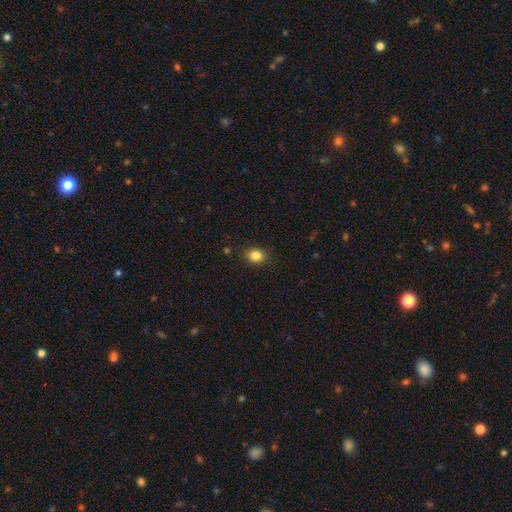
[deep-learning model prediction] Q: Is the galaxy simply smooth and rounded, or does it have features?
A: smooth — 84%.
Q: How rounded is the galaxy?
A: round — 57%.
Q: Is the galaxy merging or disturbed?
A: none — 88%.